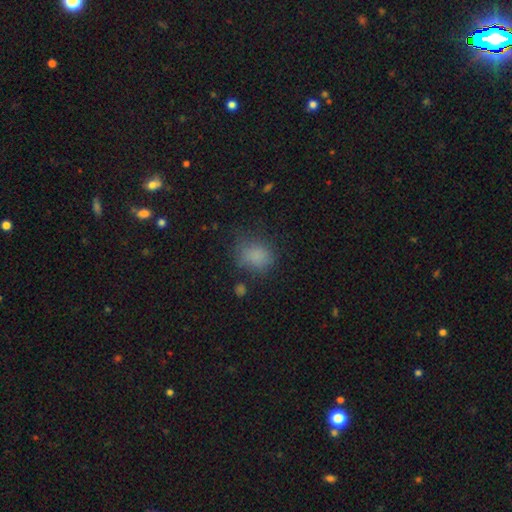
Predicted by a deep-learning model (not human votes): smooth_or_featured: smooth (p=0.80) [alt: star or artifact p=0.13]
how_rounded: round (p=0.53) [alt: in between p=0.46]
merging: none (p=0.62) [alt: minor disturbance p=0.24]